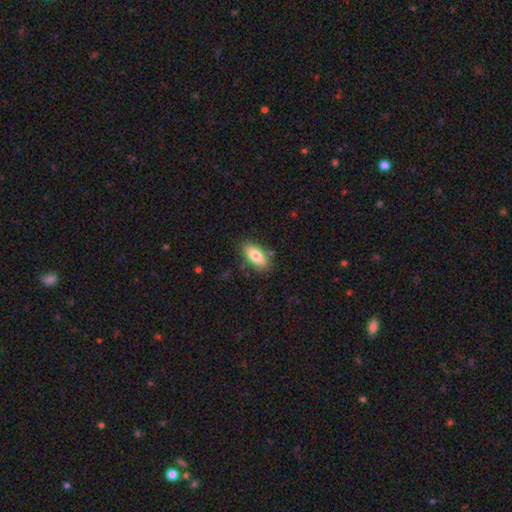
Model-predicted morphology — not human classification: This appears to be a smooth galaxy with no disk features (76%) that is in between round and cigar-shaped (90%). Merging: none (79%).